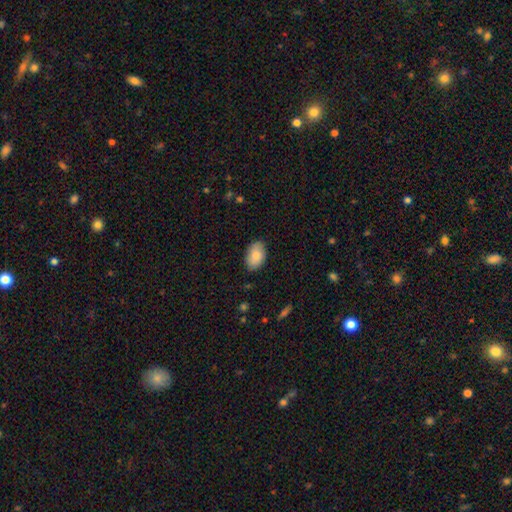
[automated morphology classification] This appears to be a smooth galaxy with no disk features (85%) that is in between round and cigar-shaped (91%). Merging: none (83%).